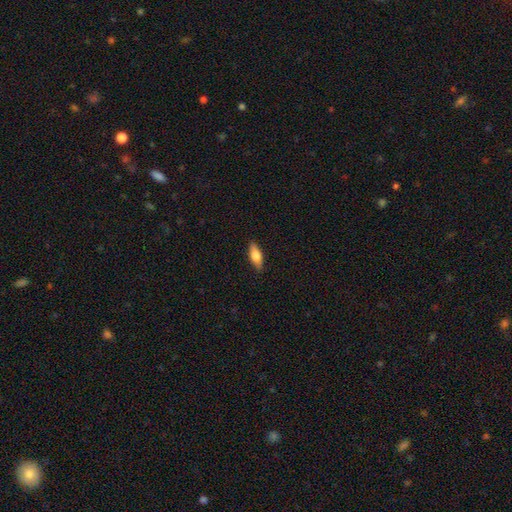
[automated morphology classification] type=smooth (65%); roundness=in between (66%); merging=none (87%).